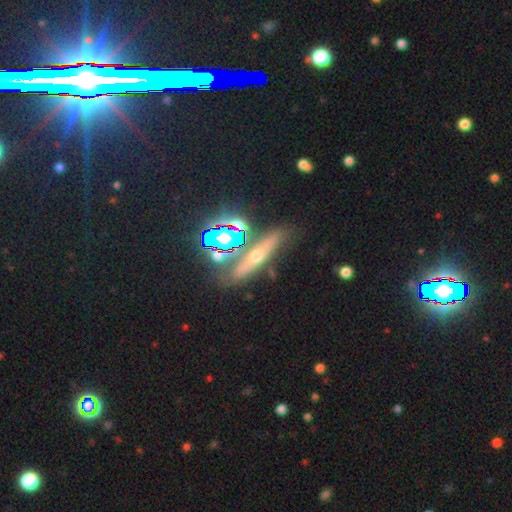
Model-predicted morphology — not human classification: smooth_or_featured: featured or disk (p=0.40) [alt: star or artifact p=0.32]
merging: none (p=0.75) [alt: minor disturbance p=0.13]